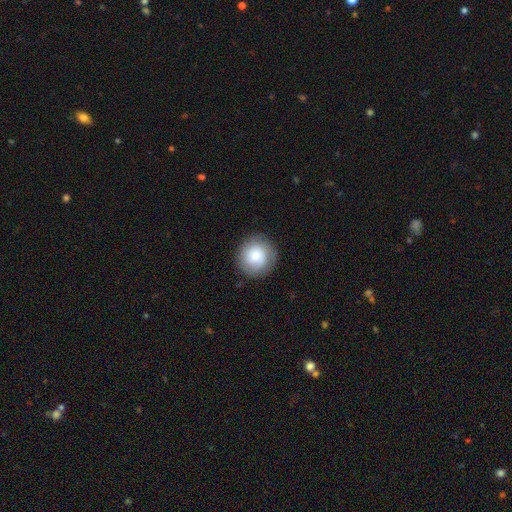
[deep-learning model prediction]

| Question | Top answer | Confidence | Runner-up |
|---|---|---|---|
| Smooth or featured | smooth | 72% | featured or disk (21%) |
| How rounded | round | 93% | in between (6%) |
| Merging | none | 86% | minor disturbance (10%) |